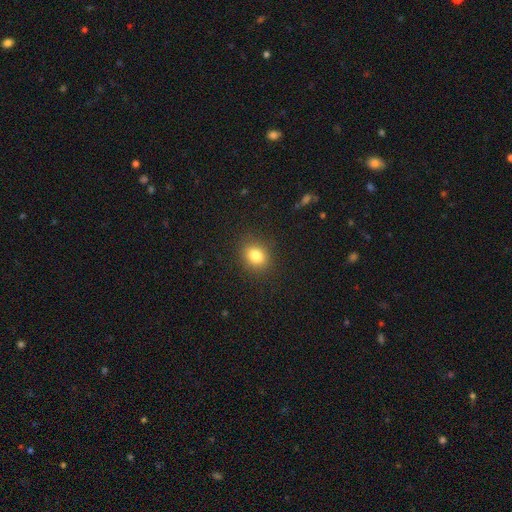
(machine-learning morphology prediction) smooth 83%, star or artifact 11%, featured or disk 6%. Down the decision tree: how rounded — round (55%); merging — none (88%).